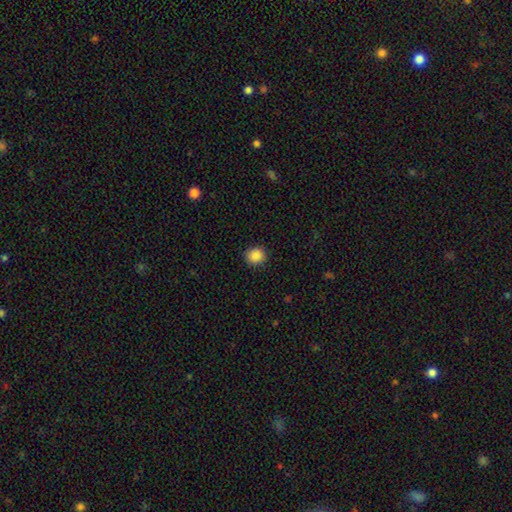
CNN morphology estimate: type=smooth (87%); roundness=round (82%); merging=none (91%).